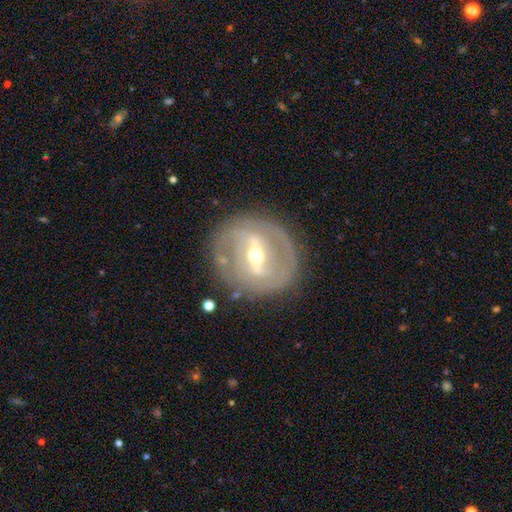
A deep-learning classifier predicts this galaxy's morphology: Smooth or featured? Predicted: featured or disk (p=0.82). Edge-on disk? Predicted: no (p=0.93). Bar? Predicted: strong (p=0.57). Spiral arms? Predicted: yes (p=0.71). Spiral winding? Predicted: tight (p=0.56). Spiral arm count? Predicted: 2 (p=0.58). Bulge size? Predicted: moderate (p=0.59). Merging? Predicted: none (p=0.79).